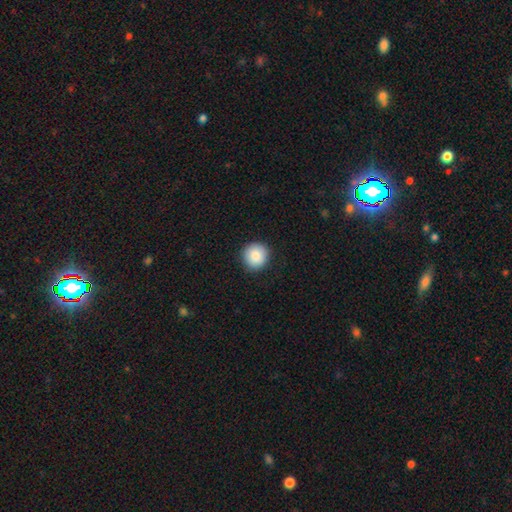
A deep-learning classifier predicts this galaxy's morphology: Overall: smooth (87%). How rounded: round (94%). Merging: none (91%).